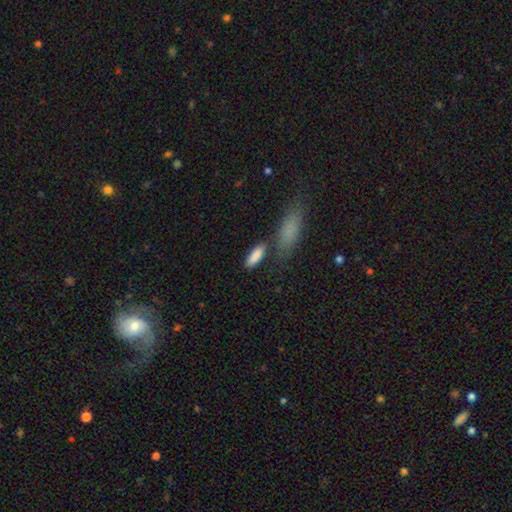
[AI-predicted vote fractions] The model was most divided on "how rounded": in between: 60%, cigar-shaped: 38%, round: 3%. More confident: smooth or featured — smooth (87%); merging — none (67%).